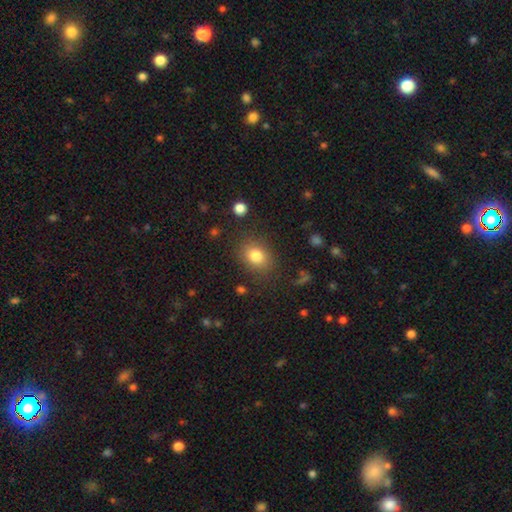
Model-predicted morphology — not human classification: smooth 81%, star or artifact 11%, featured or disk 8%. Down the decision tree: how rounded — in between (56%); merging — none (81%).